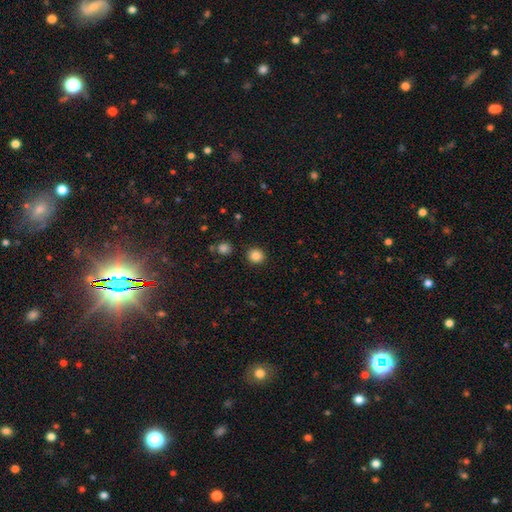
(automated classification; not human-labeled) Morphology: type=smooth (85%); roundness=round (85%); merging=none (90%).